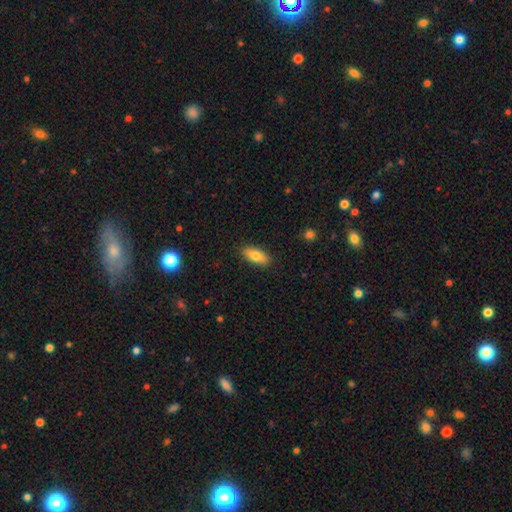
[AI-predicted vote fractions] Smooth or featured? Predicted: smooth (p=0.77). How rounded? Predicted: in between (p=0.81). Merging? Predicted: none (p=0.88).